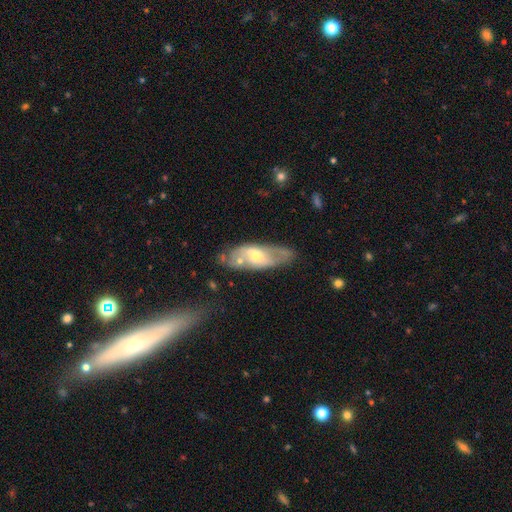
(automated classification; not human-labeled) A featured or disk galaxy (61%). Merging: none (59%).